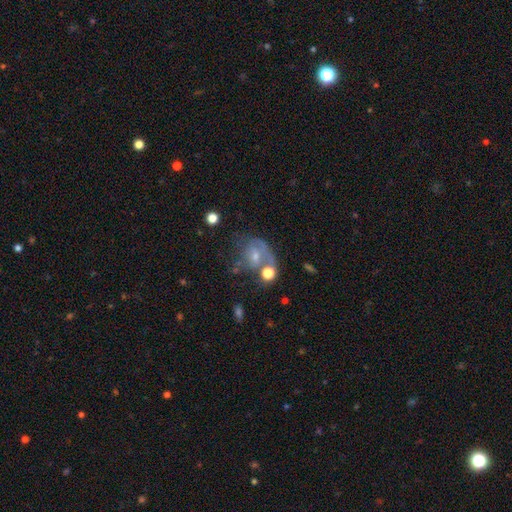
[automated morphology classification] A featured or disk galaxy (54%) with no bar (62%), spiral arms (63%) and a small central bulge (51%). Merging: none (38%).